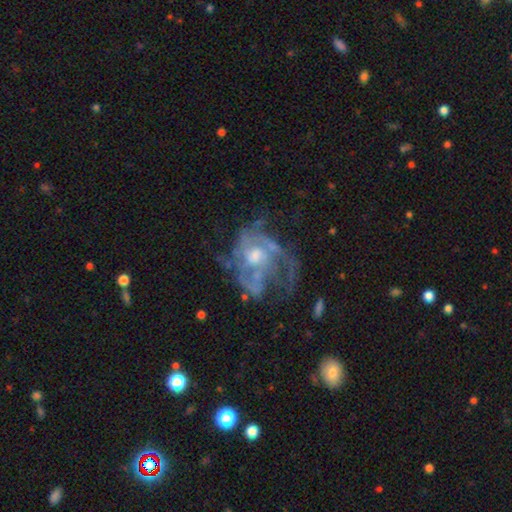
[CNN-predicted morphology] smooth-or-featured: featured or disk: 81% | smooth: 11% | star or artifact: 8%
  disk-edge-on: no: 97% | yes: 3%
    bar: no: 73% | weak: 23% | strong: 4%
    has-spiral-arms: yes: 77% | no: 23%
      spiral-winding: medium: 42% | tight: 33% | loose: 25%
      spiral-arm-count: can't tell: 37% | 2: 24% | 3: 18% | 1: 9% | 4: 7% | more than 4: 5%
    bulge-size: moderate: 60% | small: 26% | large: 8% | none: 4% | dominant: 1%
  merging: major disturbance: 41% | none: 36% | minor disturbance: 19% | merger: 4%